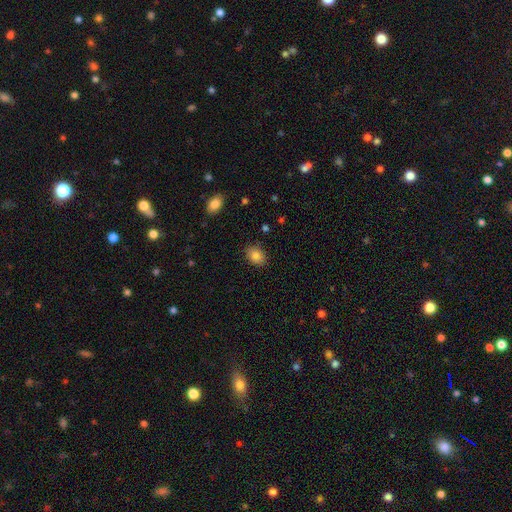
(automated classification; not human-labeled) smooth-or-featured: smooth: 85% | star or artifact: 9% | featured or disk: 6%
  how-rounded: in between: 75% | round: 24% | cigar-shaped: 1%
  merging: none: 87% | minor disturbance: 10% | major disturbance: 2% | merger: 1%